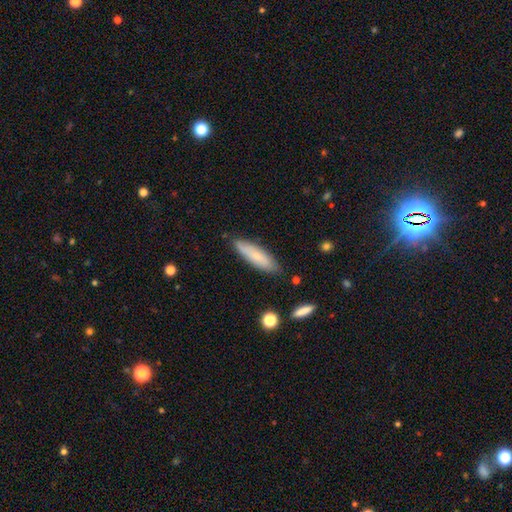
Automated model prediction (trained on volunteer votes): smooth-or-featured: smooth: 69% | featured or disk: 24% | star or artifact: 7%
  how-rounded: cigar-shaped: 64% | in between: 35% | round: 2%
  merging: none: 81% | minor disturbance: 15% | major disturbance: 2% | merger: 2%